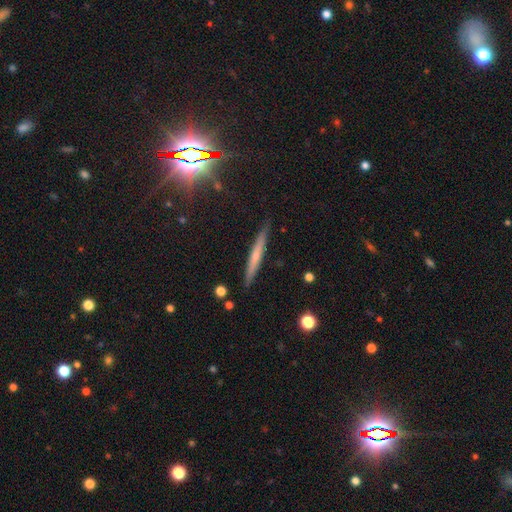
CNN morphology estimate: Overall: smooth (51%; featured or disk 41%). How rounded: cigar-shaped (96%). Merging: none (89%).